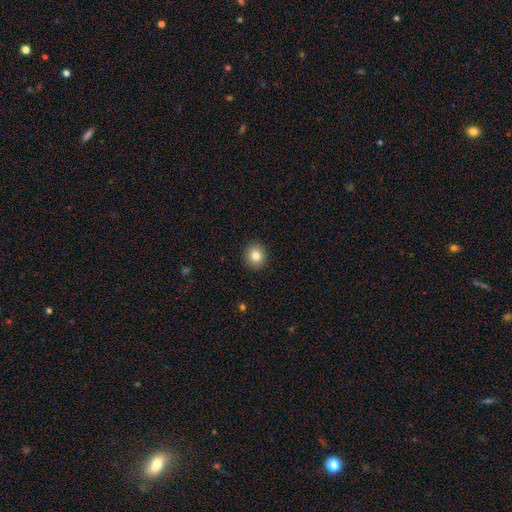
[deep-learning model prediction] Overall: smooth (82%). How rounded: round (90%). Merging: none (92%).